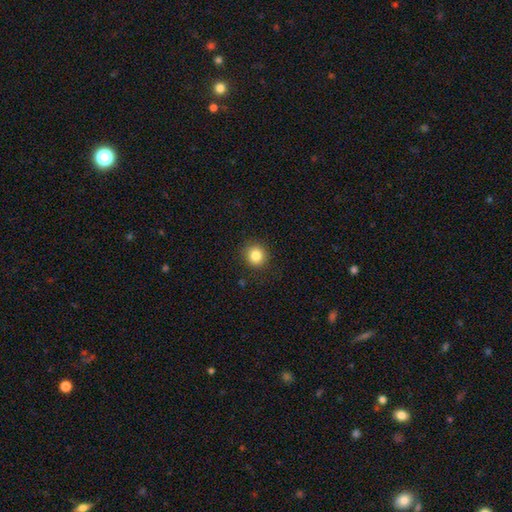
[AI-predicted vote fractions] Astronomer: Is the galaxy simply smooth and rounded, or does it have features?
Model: smooth — 84%.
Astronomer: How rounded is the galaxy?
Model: round — 90%.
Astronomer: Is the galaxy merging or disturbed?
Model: none — 90%.